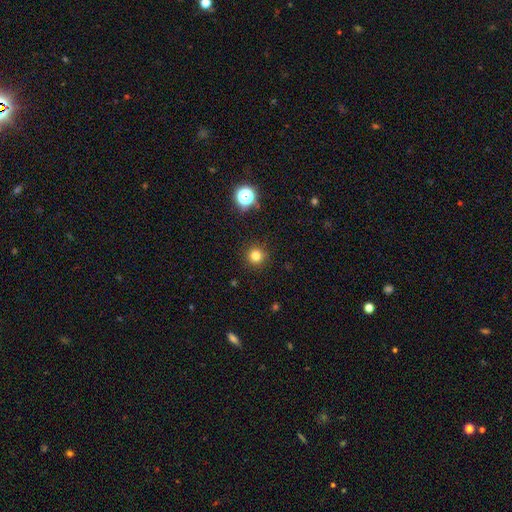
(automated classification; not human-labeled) smooth-or-featured: smooth: 79% | star or artifact: 15% | featured or disk: 6%
  how-rounded: round: 95% | in between: 4% | cigar-shaped: 1%
  merging: none: 91% | minor disturbance: 6% | major disturbance: 2% | merger: 1%